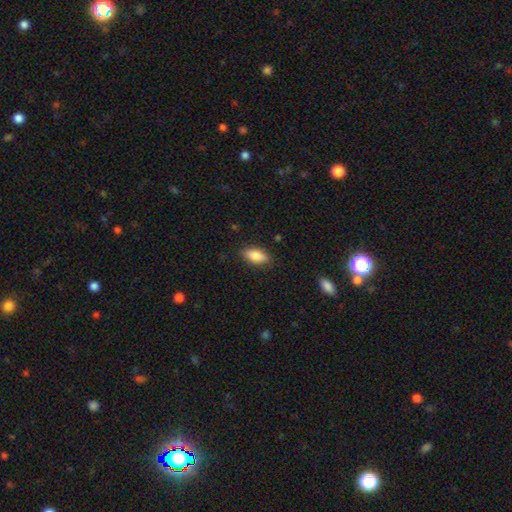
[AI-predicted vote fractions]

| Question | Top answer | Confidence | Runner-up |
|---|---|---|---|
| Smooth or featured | smooth | 80% | featured or disk (13%) |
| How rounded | in between | 81% | cigar-shaped (16%) |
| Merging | none | 85% | minor disturbance (11%) |